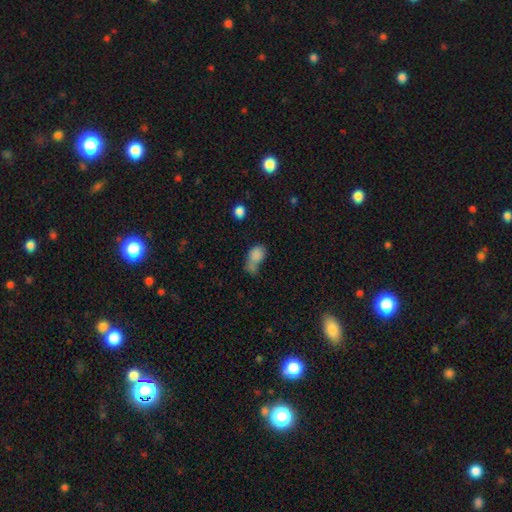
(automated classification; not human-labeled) Smooth or featured: smooth — 77% (featured or disk — 12%)
How rounded: in between — 78% (round — 19%)
Merging: merger — 31% (major disturbance — 26%)